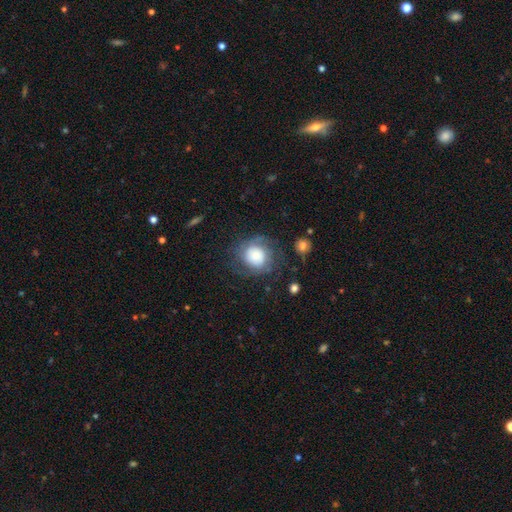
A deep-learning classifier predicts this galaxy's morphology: A smooth galaxy with no disk features (53%) that is round (79%). Merging: none (62%).